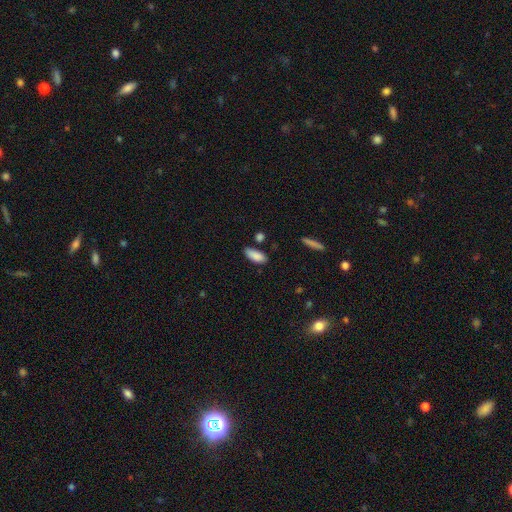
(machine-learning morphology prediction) A smooth galaxy with no disk features (88%) that is in between round and cigar-shaped (84%).

Vote fractions:
- Smooth or featured? smooth: 88% / star or artifact: 7% / featured or disk: 5%
- How rounded? in between: 84% / cigar-shaped: 14% / round: 2%
- Merging? none: 76% / minor disturbance: 15% / merger: 5% / major disturbance: 3%